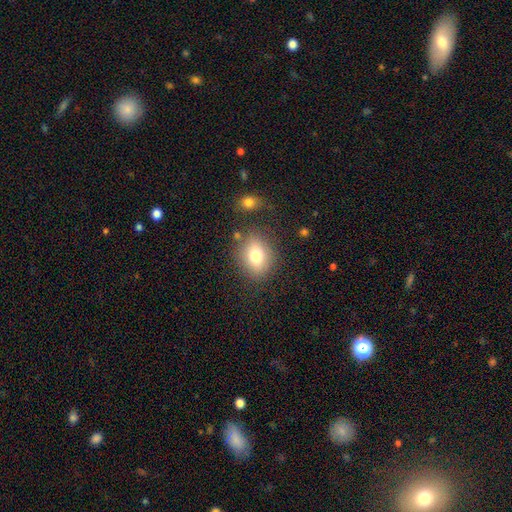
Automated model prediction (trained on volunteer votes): Smooth or featured: smooth — 75% (featured or disk — 15%)
How rounded: in between — 54% (round — 45%)
Merging: none — 76% (minor disturbance — 14%)